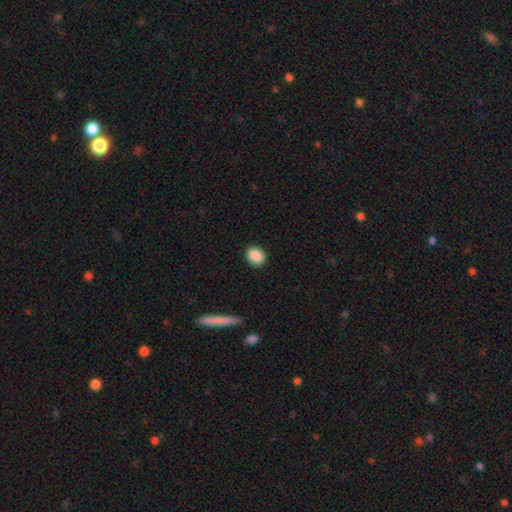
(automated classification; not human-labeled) smooth-or-featured: smooth: 88% | star or artifact: 8% | featured or disk: 4%
  how-rounded: round: 56% | in between: 43% | cigar-shaped: 1%
  merging: none: 89% | minor disturbance: 8% | major disturbance: 2% | merger: 1%